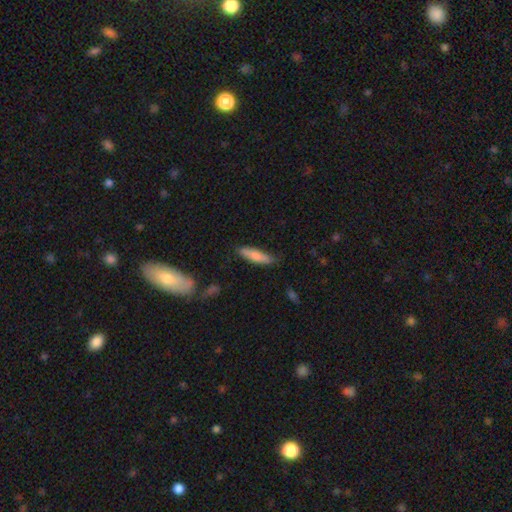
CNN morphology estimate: Smooth or featured? smooth (76%)
How rounded? cigar-shaped (71%)
Merging? none (80%)